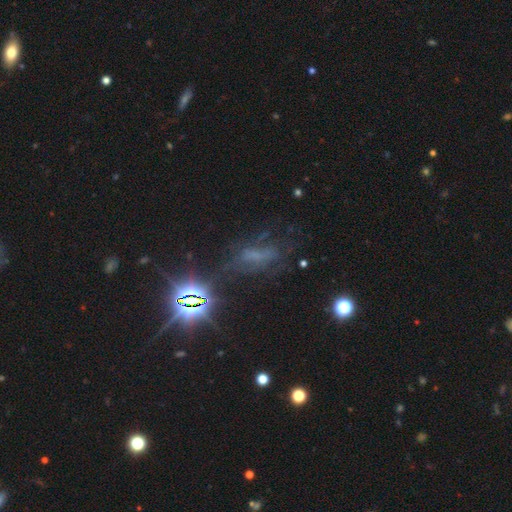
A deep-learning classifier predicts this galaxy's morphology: Q: Smooth or featured?
A: star or artifact (45%); runner-up: featured or disk (33%)